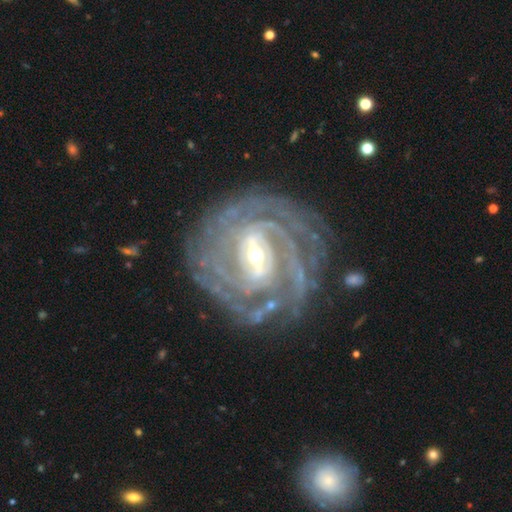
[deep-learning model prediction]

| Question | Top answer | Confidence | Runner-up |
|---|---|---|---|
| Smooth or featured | featured or disk | 91% | star or artifact (5%) |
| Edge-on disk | no | 96% | yes (4%) |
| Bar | strong | 53% | weak (36%) |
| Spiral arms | yes | 97% | no (3%) |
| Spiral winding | tight | 80% | medium (17%) |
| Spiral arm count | can't tell | 26% | 4 (20%) |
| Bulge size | small | 50% | moderate (45%) |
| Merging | none | 77% | minor disturbance (15%) |